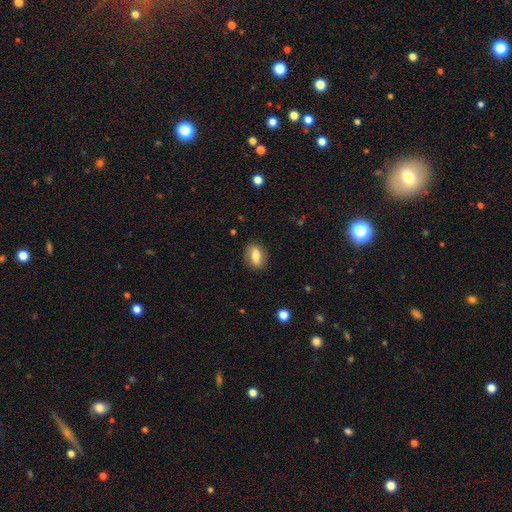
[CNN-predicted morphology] type=smooth (67%); roundness=in between (76%); merging=none (83%).